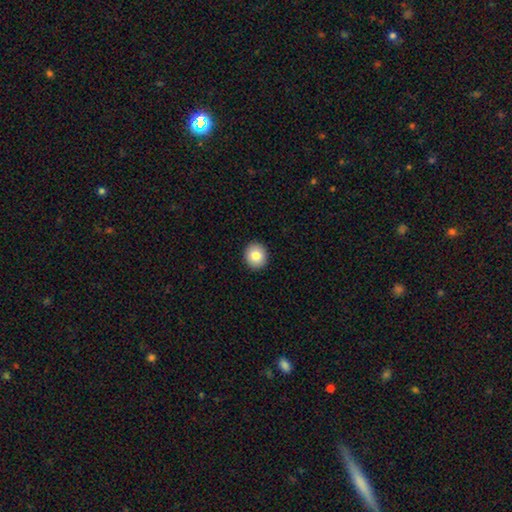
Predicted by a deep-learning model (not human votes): Morphology: type=smooth (83%); roundness=round (86%); merging=none (93%).